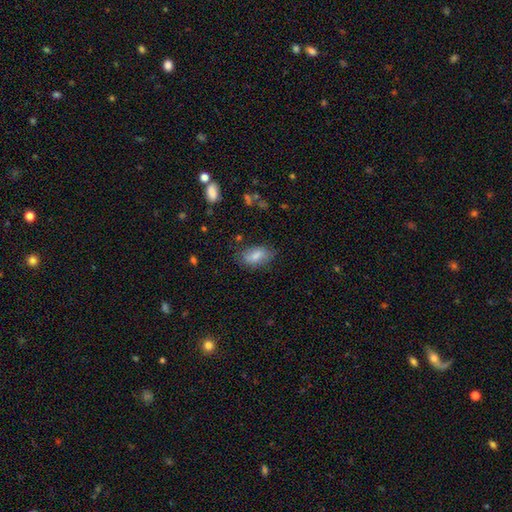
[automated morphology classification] The model was most divided on "merging": none: 71%, minor disturbance: 21%, major disturbance: 6%, merger: 2%. More confident: how rounded — in between (91%); smooth or featured — smooth (79%).